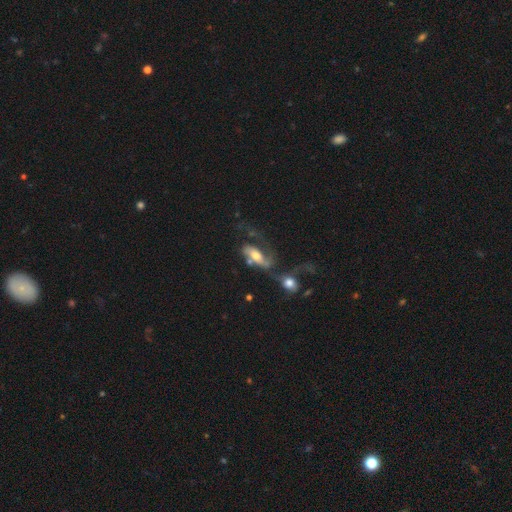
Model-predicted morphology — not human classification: smooth_or_featured: featured or disk (p=0.59) [alt: smooth p=0.33]
disk_edge_on: no (p=0.88) [alt: yes p=0.12]
bar: no (p=0.52) [alt: weak p=0.32]
has_spiral_arms: yes (p=0.75) [alt: no p=0.25]
bulge_size: moderate (p=0.57) [alt: large p=0.19]
merging: merger (p=0.49) [alt: major disturbance p=0.25]